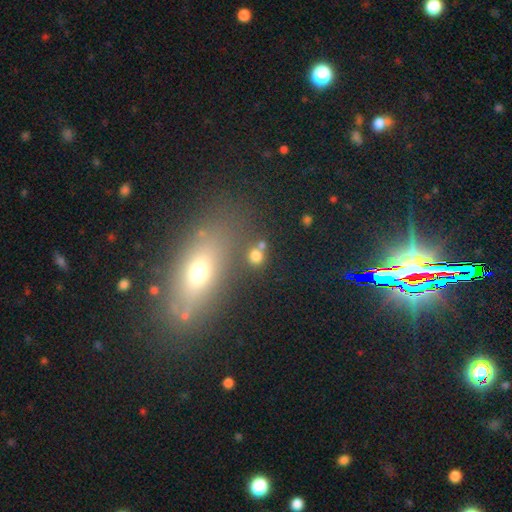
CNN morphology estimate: smooth 74%, star or artifact 18%, featured or disk 8%. Down the decision tree: how rounded — round (74%); merging — none (68%).